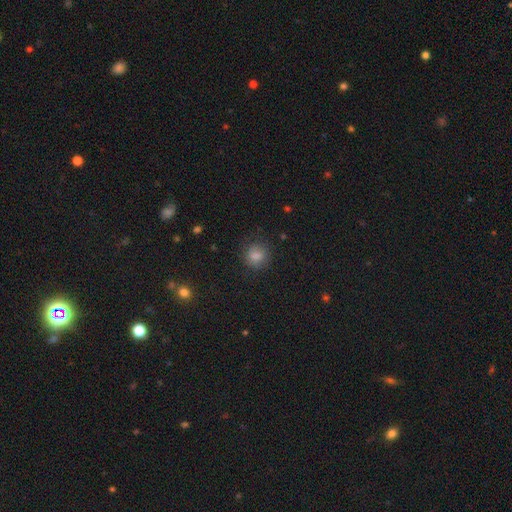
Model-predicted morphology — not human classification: smooth_or_featured: smooth (p=0.77) [alt: star or artifact p=0.12]
how_rounded: round (p=0.76) [alt: in between p=0.23]
merging: none (p=0.76) [alt: minor disturbance p=0.16]